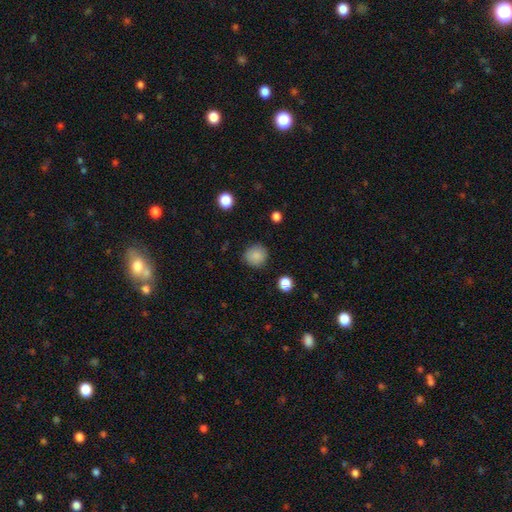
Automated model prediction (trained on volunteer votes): A smooth galaxy with no disk features (86%) that is round (91%). Merging: none (88%).